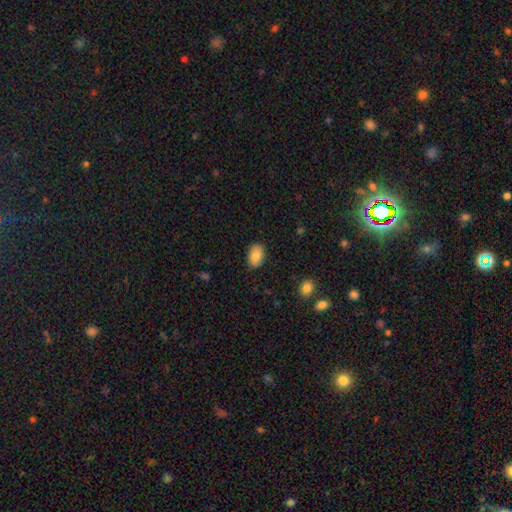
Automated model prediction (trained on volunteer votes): A smooth galaxy with no disk features (84%) that is in between round and cigar-shaped (89%). Merging: none (86%).